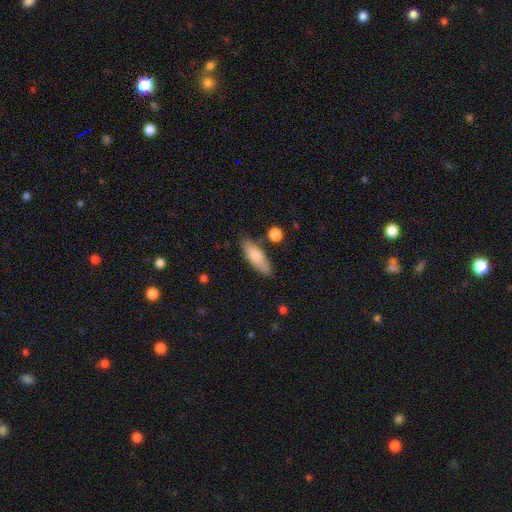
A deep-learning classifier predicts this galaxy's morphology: type=smooth (79%); roundness=in between (57%); merging=none (78%).